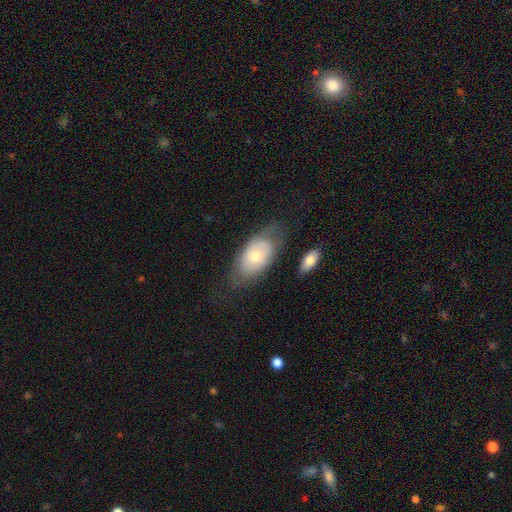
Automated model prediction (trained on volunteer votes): Smooth or featured: smooth — 54% (featured or disk — 38%)
How rounded: in between — 90% (round — 7%)
Merging: none — 60% (minor disturbance — 23%)